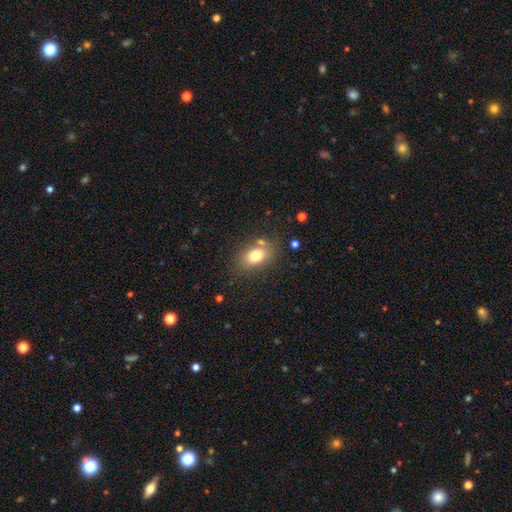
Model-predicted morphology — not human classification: Overall: smooth (77%). How rounded: in between (80%). Merging: none (72%).